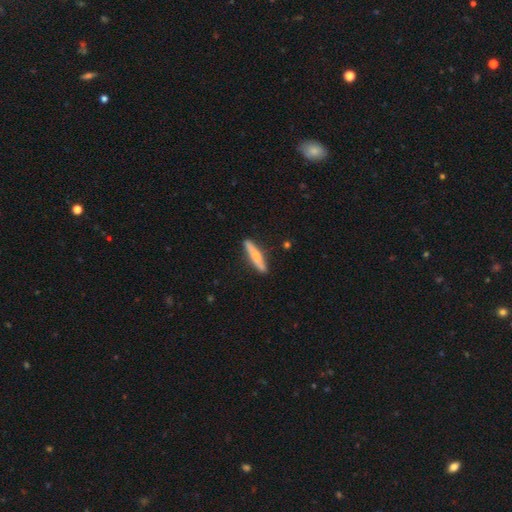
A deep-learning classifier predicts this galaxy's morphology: A smooth galaxy with no disk features (50%).

Vote fractions:
- Smooth or featured? smooth: 50% / featured or disk: 45% / star or artifact: 5%
- Merging? none: 87% / minor disturbance: 10% / major disturbance: 2% / merger: 2%